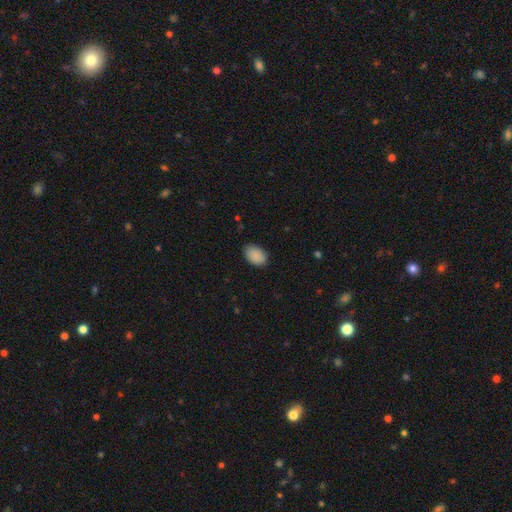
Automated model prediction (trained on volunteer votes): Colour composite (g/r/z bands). It shows a smooth galaxy with no disk features (89%) that is in between round and cigar-shaped (85%). Merging: none (82%).